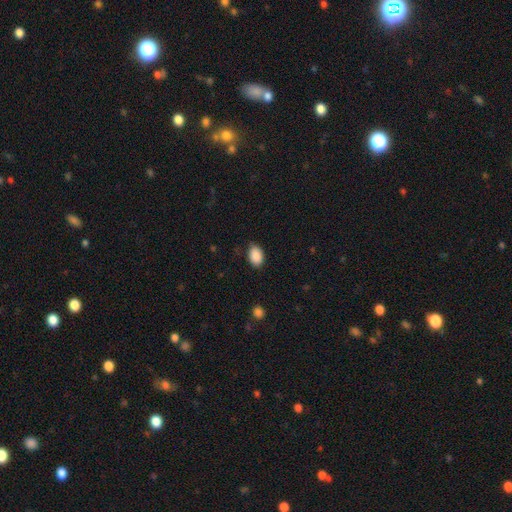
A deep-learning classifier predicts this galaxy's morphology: This appears to be a smooth galaxy with no disk features (89%) that is in between round and cigar-shaped (85%). Merging: none (78%).